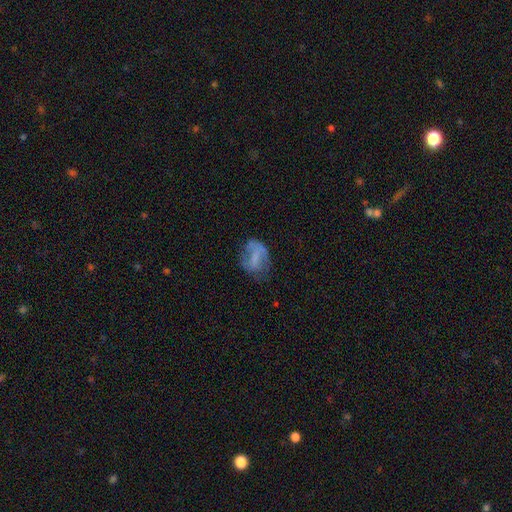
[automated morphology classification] A featured or disk galaxy (48%).

Vote fractions:
- Smooth or featured? featured or disk: 48% / smooth: 42% / star or artifact: 10%
- Merging? none: 47% / minor disturbance: 27% / major disturbance: 24% / merger: 3%